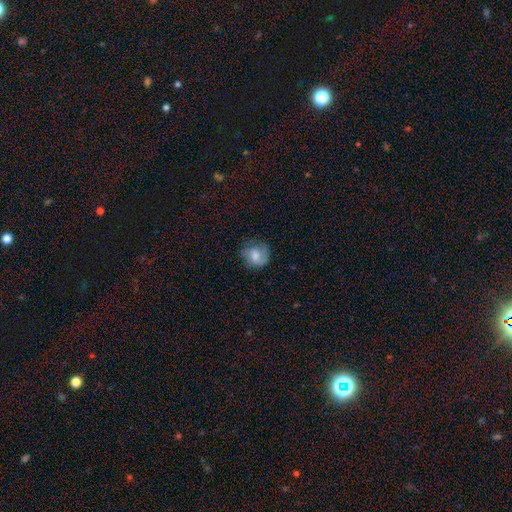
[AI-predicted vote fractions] smooth 60%, featured or disk 32%, star or artifact 8%. Down the decision tree: how rounded — round (77%); merging — none (66%).